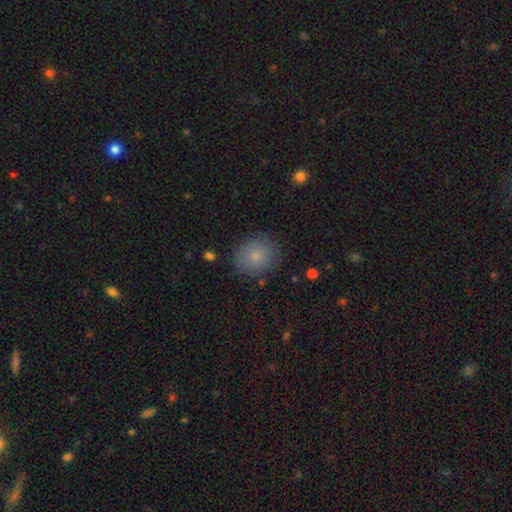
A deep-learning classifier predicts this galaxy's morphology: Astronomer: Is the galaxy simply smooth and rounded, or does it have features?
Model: smooth — 84%.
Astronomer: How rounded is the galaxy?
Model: round — 77%.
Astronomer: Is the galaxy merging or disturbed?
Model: none — 86%.